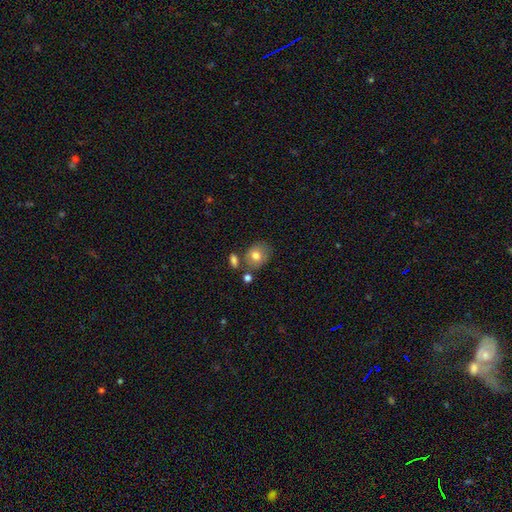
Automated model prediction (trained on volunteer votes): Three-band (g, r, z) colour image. It shows a smooth galaxy with no disk features (76%) that is round (50%). Merging: none (64%).